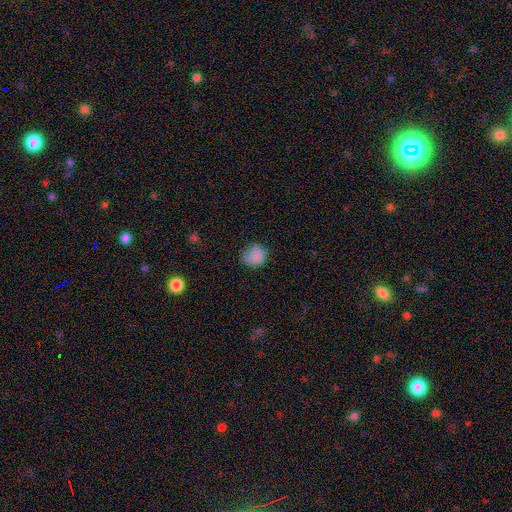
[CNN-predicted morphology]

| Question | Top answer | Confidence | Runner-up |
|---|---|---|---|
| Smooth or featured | smooth | 82% | star or artifact (10%) |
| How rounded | round | 75% | in between (24%) |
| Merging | none | 61% | minor disturbance (28%) |